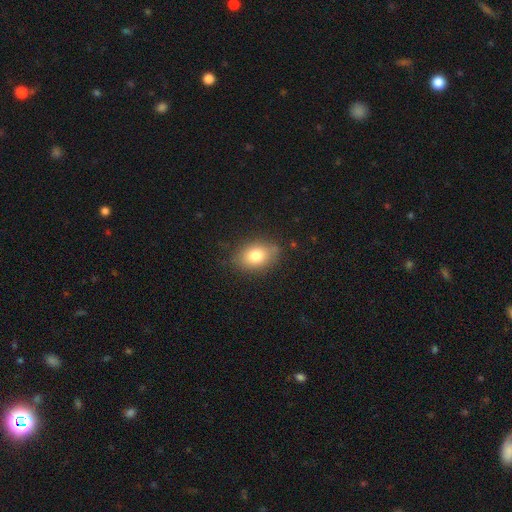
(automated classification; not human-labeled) smooth_or_featured: smooth (p=0.78) [alt: featured or disk p=0.13]
how_rounded: in between (p=0.81) [alt: round p=0.17]
merging: none (p=0.79) [alt: minor disturbance p=0.16]